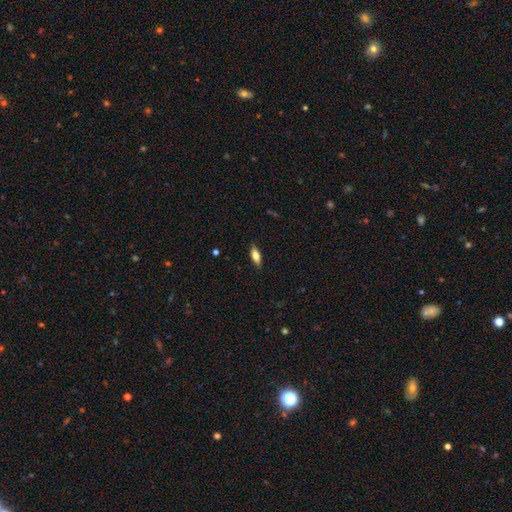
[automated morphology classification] Smooth or featured: smooth — 63% (featured or disk — 29%)
How rounded: in between — 67% (cigar-shaped — 31%)
Merging: none — 89% (minor disturbance — 9%)